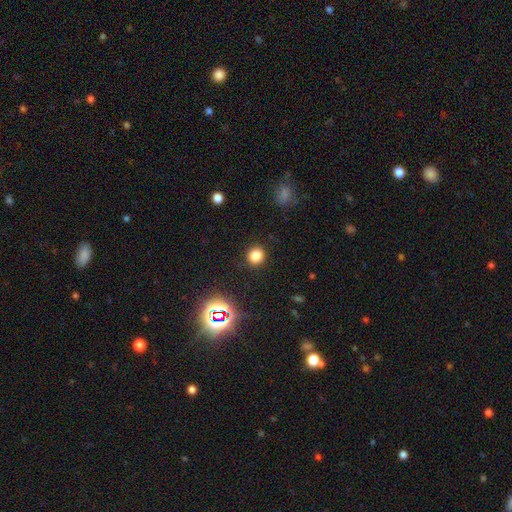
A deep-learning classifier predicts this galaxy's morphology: smooth-or-featured: smooth: 79% | star or artifact: 16% | featured or disk: 5%
  how-rounded: round: 86% | in between: 13% | cigar-shaped: 1%
  merging: none: 90% | minor disturbance: 6% | major disturbance: 3% | merger: 1%